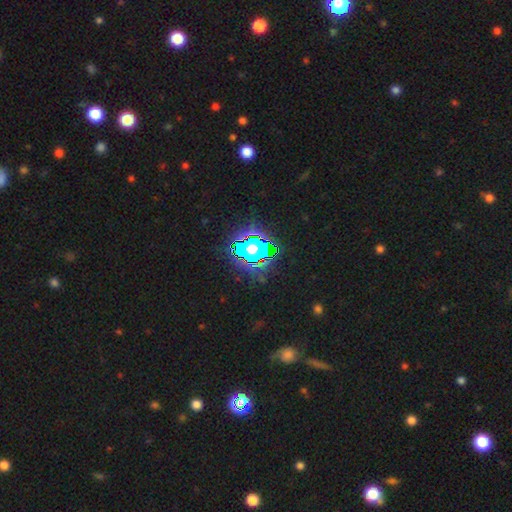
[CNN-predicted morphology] star or artifact 79%, smooth 13%, featured or disk 8%.